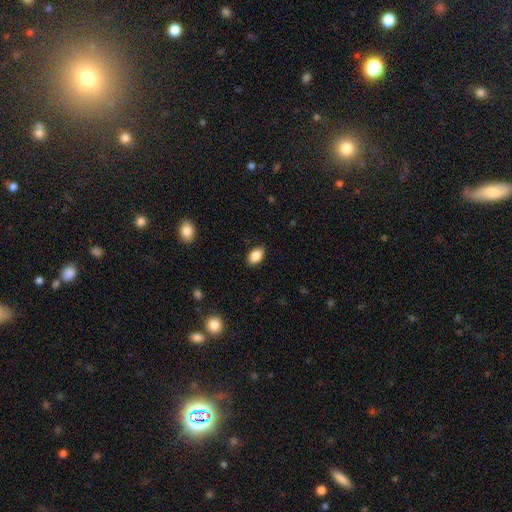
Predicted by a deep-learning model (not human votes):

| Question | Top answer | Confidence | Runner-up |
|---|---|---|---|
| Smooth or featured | smooth | 87% | star or artifact (8%) |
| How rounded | in between | 90% | round (8%) |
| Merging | none | 87% | minor disturbance (9%) |